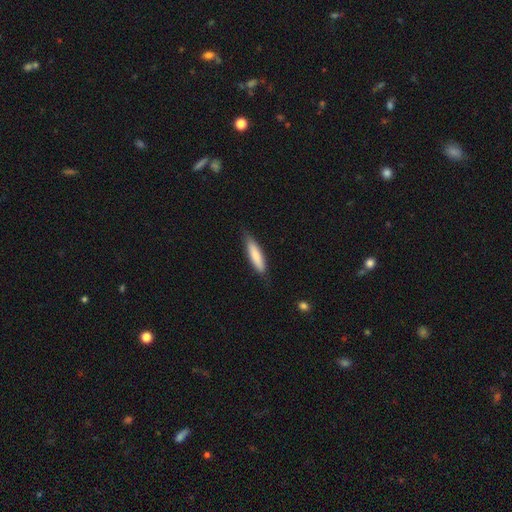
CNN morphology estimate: smooth 79%, featured or disk 16%, star or artifact 5%. Down the decision tree: how rounded — cigar-shaped (75%); merging — none (79%).